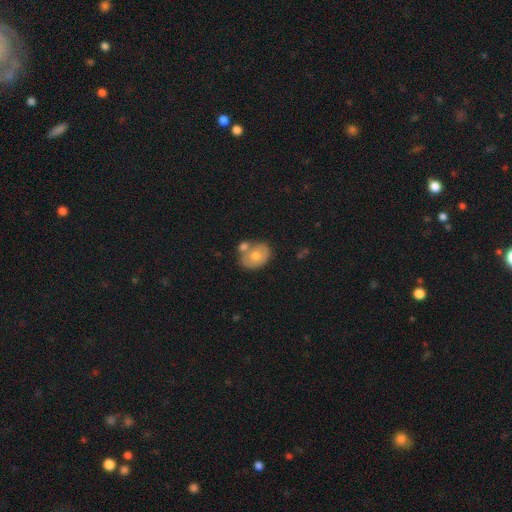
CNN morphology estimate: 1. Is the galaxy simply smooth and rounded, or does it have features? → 66% smooth, 27% featured or disk, 7% star or artifact.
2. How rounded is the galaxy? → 62% in between, 37% round, 1% cigar-shaped.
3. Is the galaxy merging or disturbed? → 46% none, 35% merger, 15% minor disturbance, 4% major disturbance.